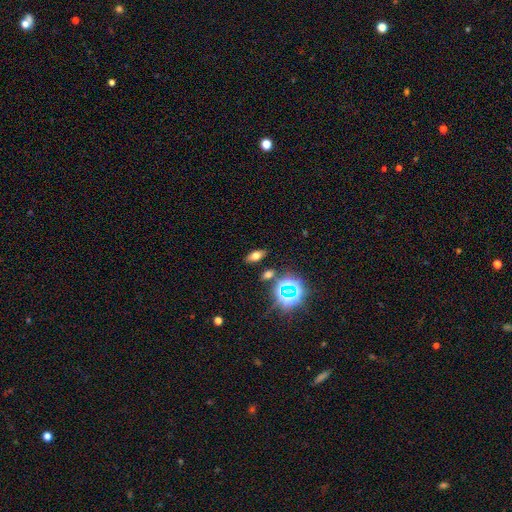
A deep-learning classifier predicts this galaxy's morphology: This is possibly a smooth galaxy (58%). How rounded: clearly in between (82%). Merging: clearly none (85%).